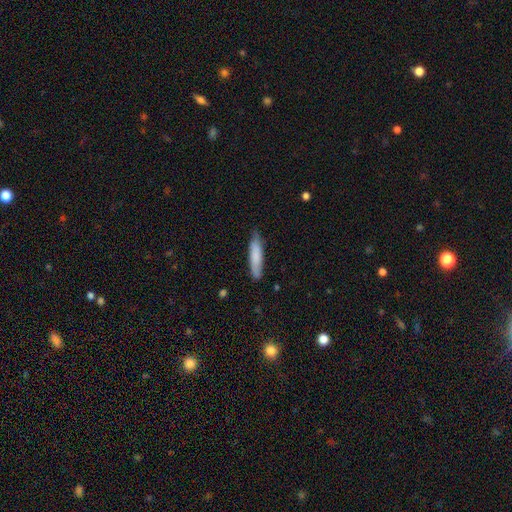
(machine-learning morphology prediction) A smooth galaxy with no disk features (78%) that is cigar-shaped (83%). Merging: none (78%).